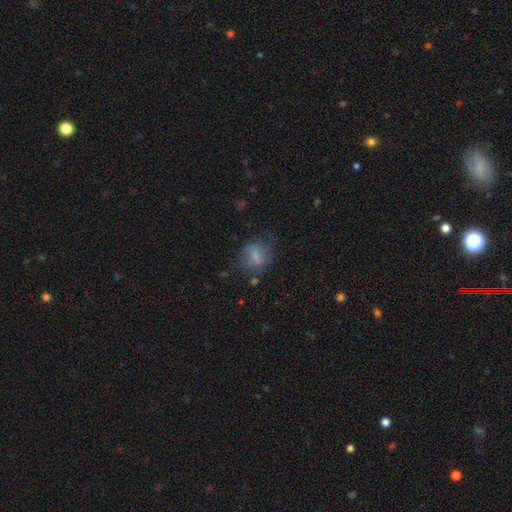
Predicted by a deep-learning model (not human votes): A smooth galaxy with no disk features (66%) that is in between round and cigar-shaped (49%).

Vote fractions:
- Smooth or featured? smooth: 66% / featured or disk: 22% / star or artifact: 12%
- How rounded? in between: 49% / round: 48% / cigar-shaped: 3%
- Merging? none: 59% / minor disturbance: 23% / major disturbance: 14% / merger: 4%